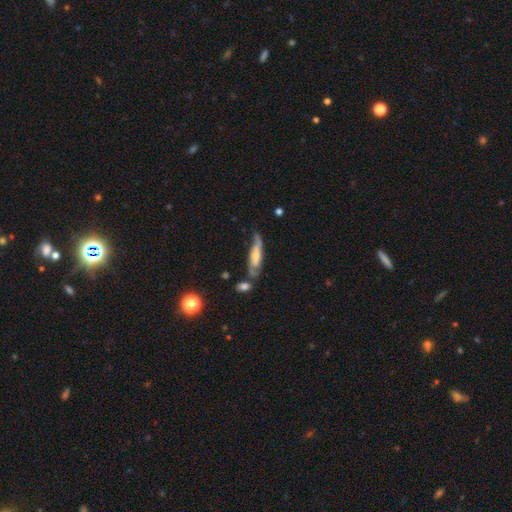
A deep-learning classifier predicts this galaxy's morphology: Smooth or featured? Predicted: featured or disk (p=0.65). Edge-on disk? Predicted: no (p=0.54). Merging? Predicted: none (p=0.54).